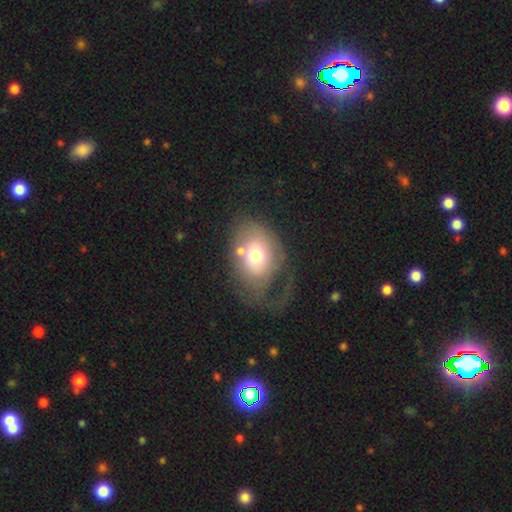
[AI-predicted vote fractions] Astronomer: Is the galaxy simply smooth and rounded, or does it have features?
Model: smooth — 58%.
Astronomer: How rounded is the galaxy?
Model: in between — 65%.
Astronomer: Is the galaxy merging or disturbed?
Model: major disturbance — 41% (runner-up: none, 28%).